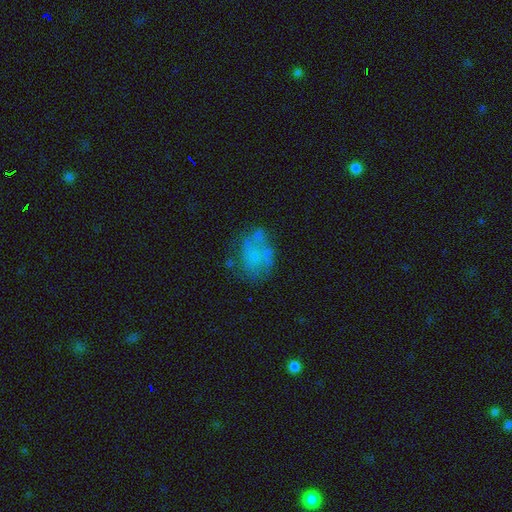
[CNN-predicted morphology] This is possibly a smooth galaxy (46%). Merging: marginally none (43%).